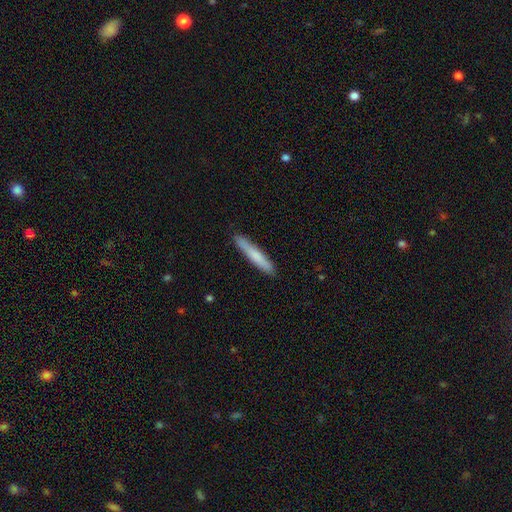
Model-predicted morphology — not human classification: smooth_or_featured: smooth (p=0.72) [alt: featured or disk p=0.23]
how_rounded: cigar-shaped (p=0.94) [alt: in between p=0.04]
merging: none (p=0.89) [alt: minor disturbance p=0.09]